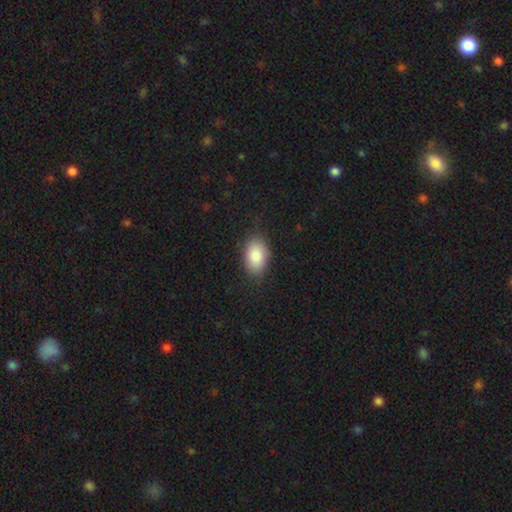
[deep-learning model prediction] Smooth or featured? Predicted: smooth (p=0.87). How rounded? Predicted: in between (p=0.88). Merging? Predicted: none (p=0.84).